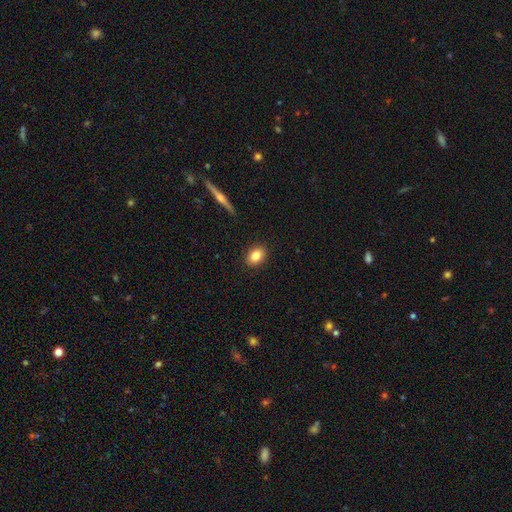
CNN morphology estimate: A smooth galaxy with no disk features (82%) that is in between round and cigar-shaped (73%).

Vote fractions:
- Smooth or featured? smooth: 82% / featured or disk: 9% / star or artifact: 8%
- How rounded? in between: 73% / round: 26% / cigar-shaped: 2%
- Merging? none: 90% / minor disturbance: 7% / major disturbance: 2% / merger: 1%